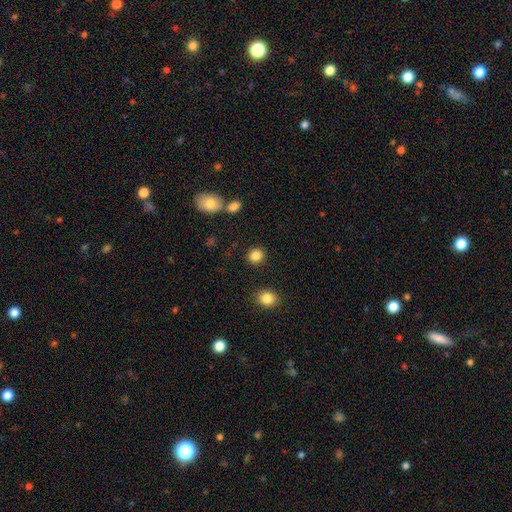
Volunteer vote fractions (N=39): Morphology: type=smooth (87%); roundness=round (91%); merging=none (89%).